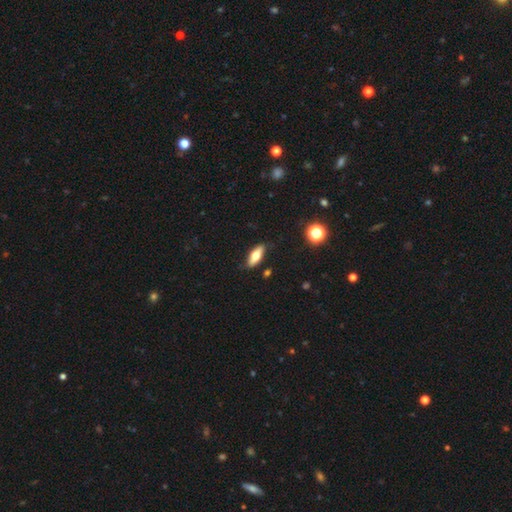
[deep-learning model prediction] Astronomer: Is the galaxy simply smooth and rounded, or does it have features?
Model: smooth — 59% (runner-up: featured or disk, 34%).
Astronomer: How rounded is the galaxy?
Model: in between — 66%.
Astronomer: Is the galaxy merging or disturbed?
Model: none — 84%.